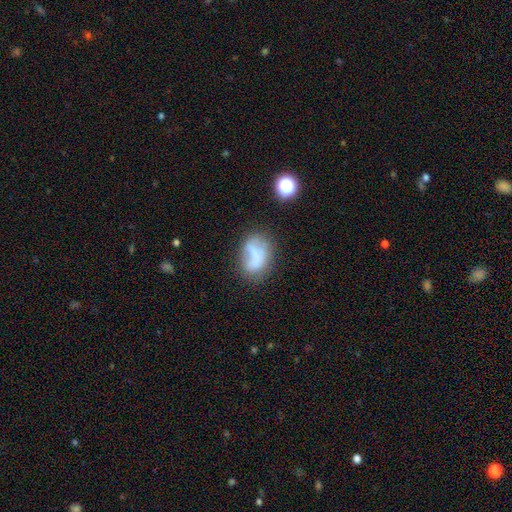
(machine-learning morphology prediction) smooth-or-featured: smooth: 56% | featured or disk: 33% | star or artifact: 11%
  how-rounded: in between: 73% | round: 25% | cigar-shaped: 2%
  merging: none: 45% | minor disturbance: 27% | major disturbance: 20% | merger: 8%